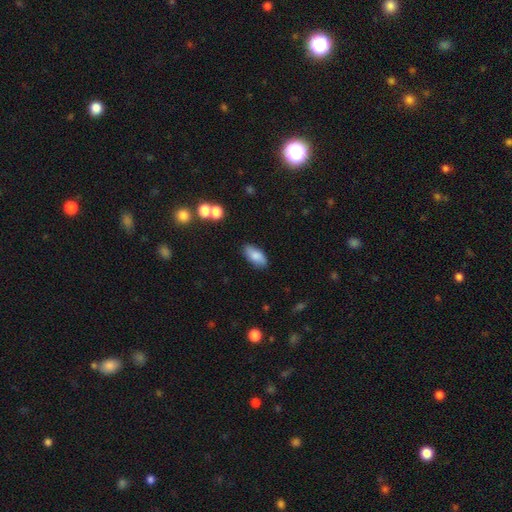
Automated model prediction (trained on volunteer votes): Smooth or featured?
  - smooth: 83% *
  - featured or disk: 10%
  - star or artifact: 7%
How rounded?
  - in between: 89% *
  - cigar-shaped: 9%
  - round: 3%
Merging?
  - none: 84% *
  - minor disturbance: 11%
  - major disturbance: 2%
  - merger: 2%